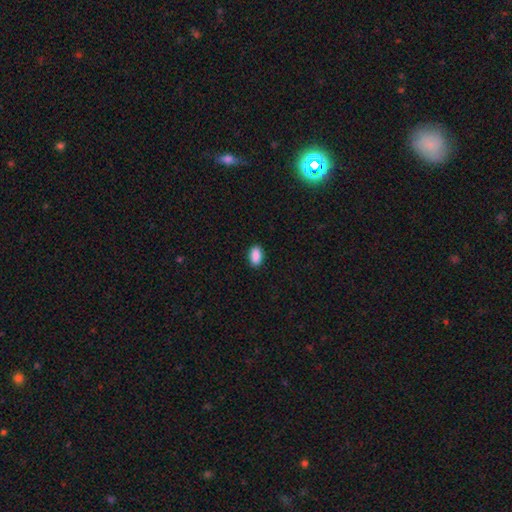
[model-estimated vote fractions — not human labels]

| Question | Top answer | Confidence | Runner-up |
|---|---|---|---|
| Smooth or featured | smooth | 90% | star or artifact (7%) |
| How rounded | in between | 93% | round (5%) |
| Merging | none | 89% | minor disturbance (8%) |